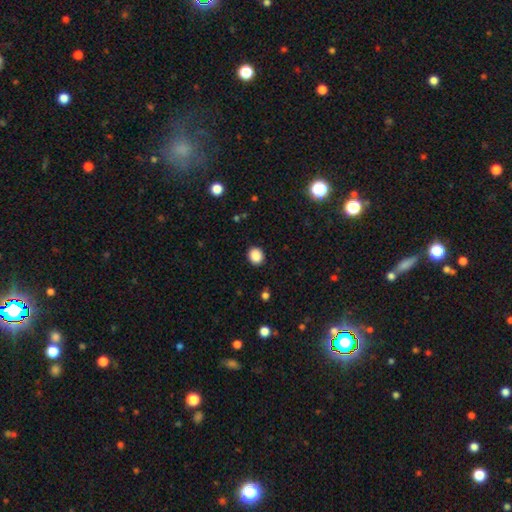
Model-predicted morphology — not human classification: The model was most divided on "how rounded": round: 71%, in between: 28%, cigar-shaped: 1%. More confident: merging — none (91%); smooth or featured — smooth (88%).